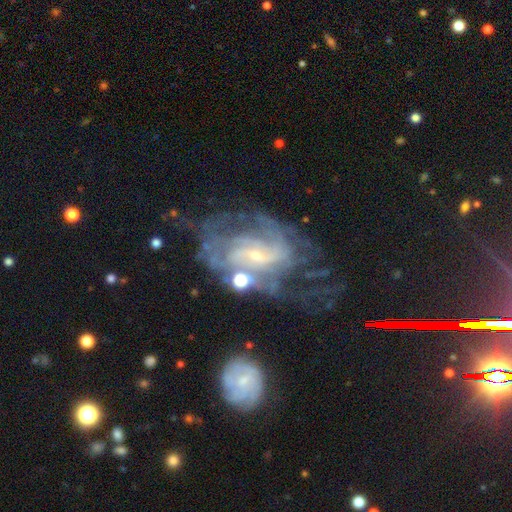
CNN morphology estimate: Smooth or featured?
  - featured or disk: 85% *
  - star or artifact: 8%
  - smooth: 6%
Edge-on disk?
  - no: 96% *
  - yes: 4%
Bar?
  - weak: 43% *
  - no: 36%
  - strong: 21%
Spiral arms?
  - yes: 93% *
  - no: 7%
Spiral winding?
  - medium: 42% *
  - tight: 41%
  - loose: 18%
Spiral arm count?
  - can't tell: 36% *
  - 2: 29%
  - 3: 14%
  - 4: 10%
  - more than 4: 6%
  - 1: 5%
Bulge size?
  - small: 78% *
  - moderate: 15%
  - none: 4%
  - large: 2%
  - dominant: 1%
Merging?
  - none: 42% *
  - major disturbance: 27%
  - minor disturbance: 20%
  - merger: 12%